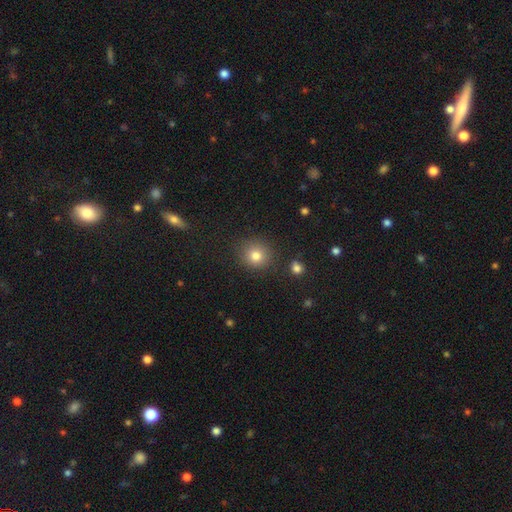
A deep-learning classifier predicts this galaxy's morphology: This is clearly a smooth galaxy (81%). How rounded: clearly round (89%). Merging: clearly none (86%).